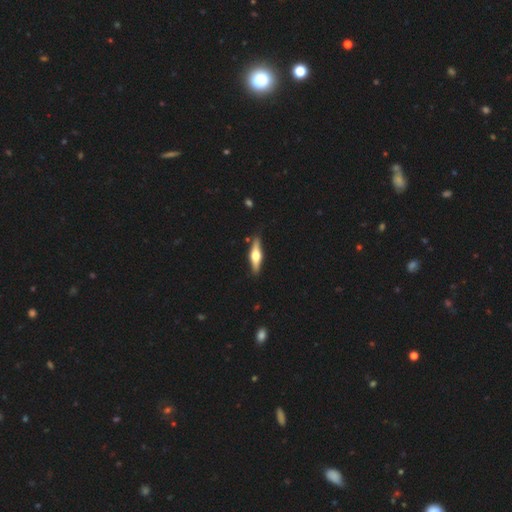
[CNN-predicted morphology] featured or disk 61%, smooth 34%, star or artifact 5%. Down the decision tree: edge-on disk — yes (95%); edge-on bulge — rounded (94%); merging — none (87%).